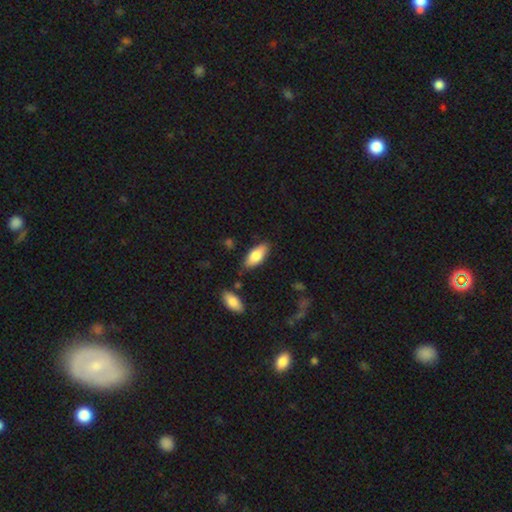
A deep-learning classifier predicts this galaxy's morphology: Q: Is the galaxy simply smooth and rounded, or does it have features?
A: smooth — 79%.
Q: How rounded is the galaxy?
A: in between — 79%.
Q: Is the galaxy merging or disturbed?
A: none — 82%.